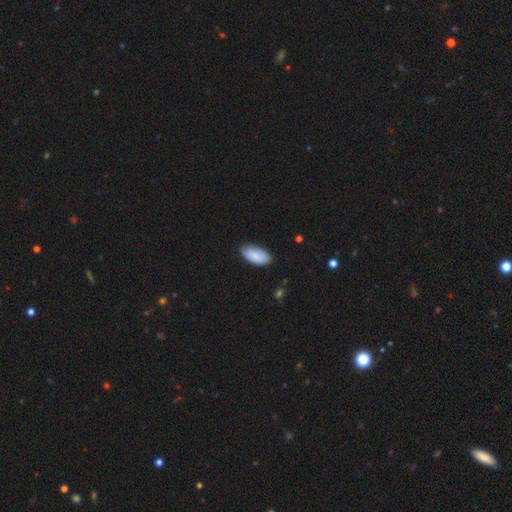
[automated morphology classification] Smooth or featured: smooth — 86% (featured or disk — 9%)
How rounded: in between — 94% (cigar-shaped — 5%)
Merging: none — 79% (minor disturbance — 17%)